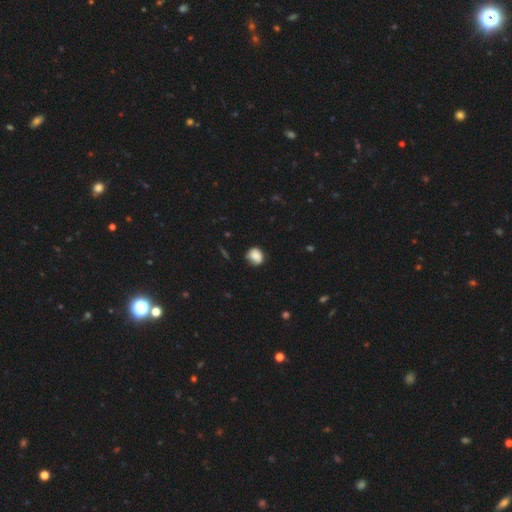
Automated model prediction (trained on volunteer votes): Overall: smooth (85%). How rounded: round (69%; in between 30%). Merging: none (68%).